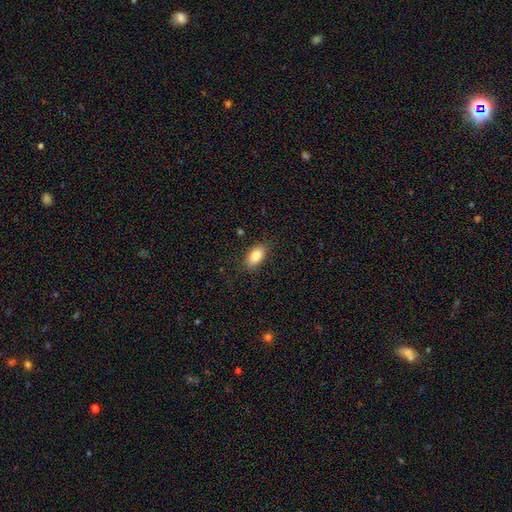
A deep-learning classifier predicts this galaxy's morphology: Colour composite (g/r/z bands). It shows a smooth galaxy with no disk features (82%) that is in between round and cigar-shaped (90%). Merging: none (85%).